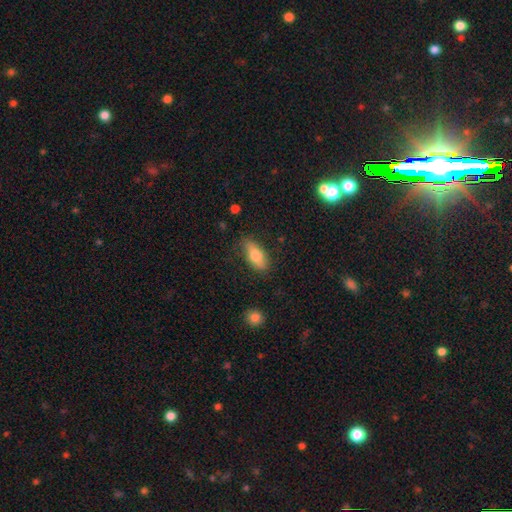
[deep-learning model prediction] Q: Smooth or featured?
A: smooth (71%); runner-up: featured or disk (22%)
Q: How rounded?
A: in between (79%); runner-up: cigar-shaped (17%)
Q: Merging?
A: none (80%); runner-up: minor disturbance (15%)